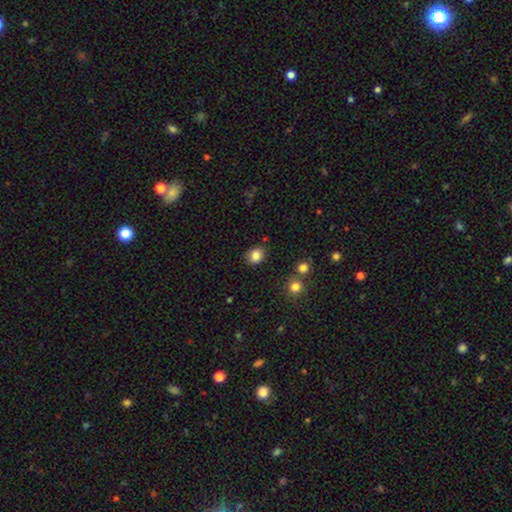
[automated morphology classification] Smooth or featured? Predicted: smooth (p=0.85). How rounded? Predicted: round (p=0.52). Merging? Predicted: none (p=0.82).